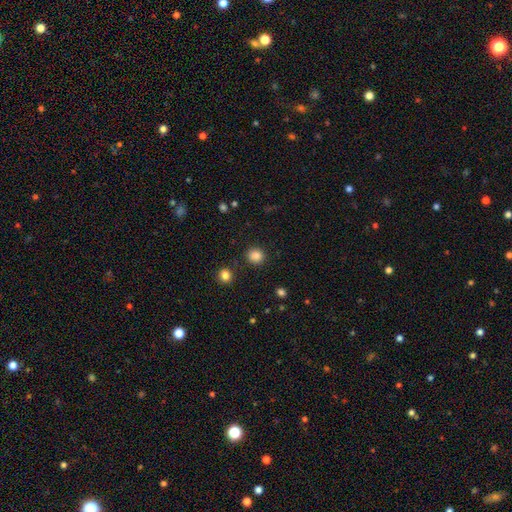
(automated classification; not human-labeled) Q: Smooth or featured?
A: smooth (86%); runner-up: star or artifact (11%)
Q: How rounded?
A: round (87%); runner-up: in between (12%)
Q: Merging?
A: none (90%); runner-up: minor disturbance (6%)